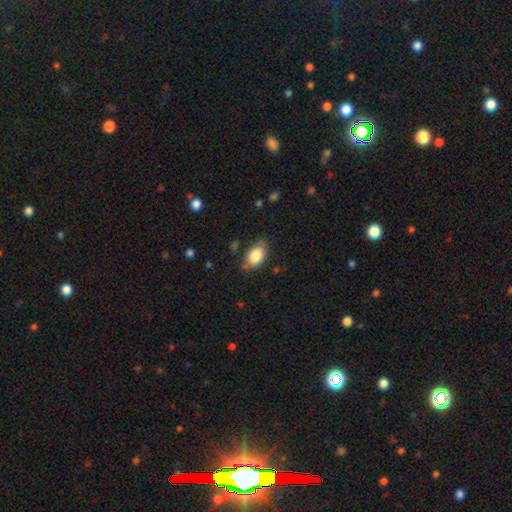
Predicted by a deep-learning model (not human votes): Overall: smooth (84%). How rounded: in between (89%). Merging: none (70%).